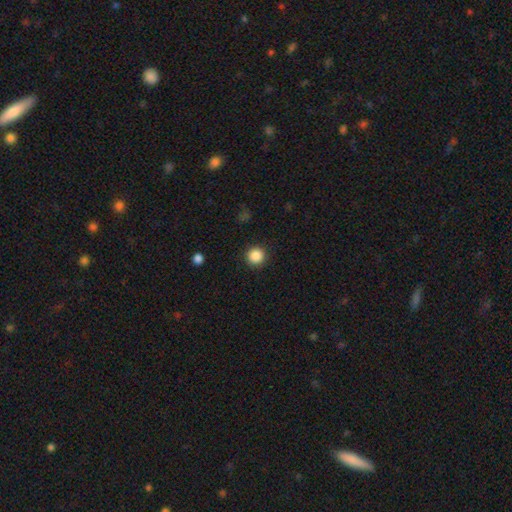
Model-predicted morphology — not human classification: This appears to be a smooth galaxy with no disk features (87%) that is round (95%). Merging: none (91%).